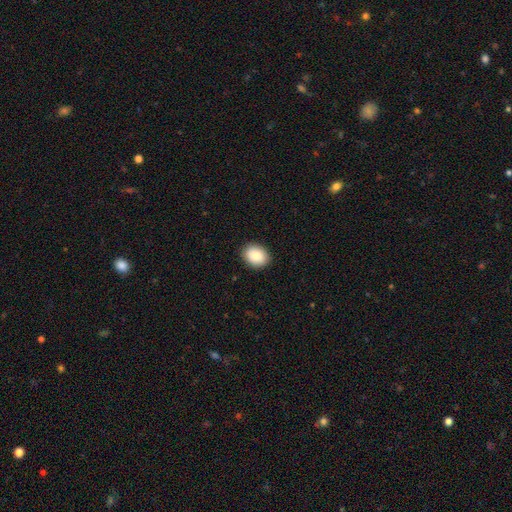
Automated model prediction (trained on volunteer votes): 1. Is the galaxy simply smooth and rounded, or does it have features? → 86% smooth, 7% star or artifact, 7% featured or disk.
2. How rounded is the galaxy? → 56% in between, 43% round, 1% cigar-shaped.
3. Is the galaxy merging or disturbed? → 89% none, 8% minor disturbance, 2% major disturbance, 1% merger.